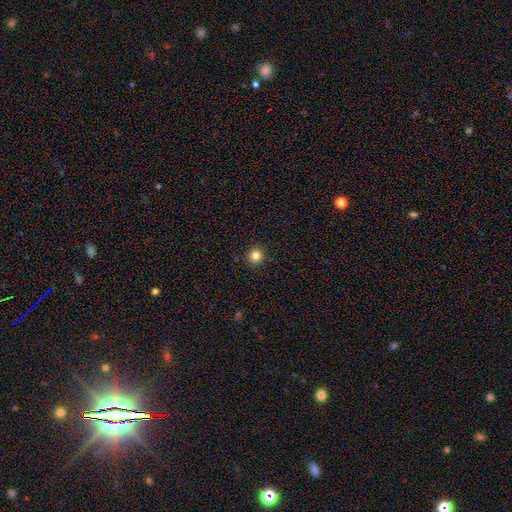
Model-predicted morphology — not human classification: Smooth or featured?
  - smooth: 83% *
  - star or artifact: 12%
  - featured or disk: 5%
How rounded?
  - round: 93% *
  - in between: 6%
  - cigar-shaped: 1%
Merging?
  - none: 92% *
  - minor disturbance: 5%
  - major disturbance: 2%
  - merger: 1%